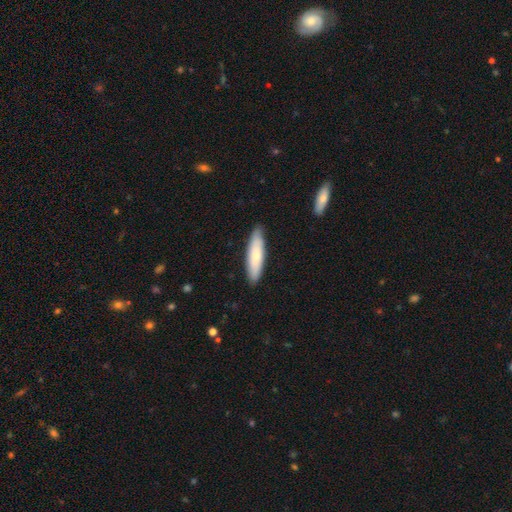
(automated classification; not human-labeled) The model was most divided on "how rounded": cigar-shaped: 68%, in between: 30%, round: 1%. More confident: merging — none (87%); smooth or featured — smooth (74%).